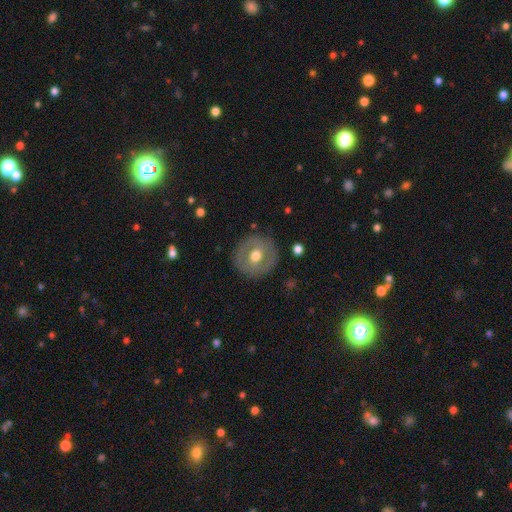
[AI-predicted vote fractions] A smooth galaxy with no disk features (51%) that is round (91%).

Vote fractions:
- Smooth or featured? smooth: 51% / featured or disk: 43% / star or artifact: 7%
- How rounded? round: 91% / in between: 8% / cigar-shaped: 1%
- Merging? none: 85% / minor disturbance: 10% / major disturbance: 4% / merger: 1%